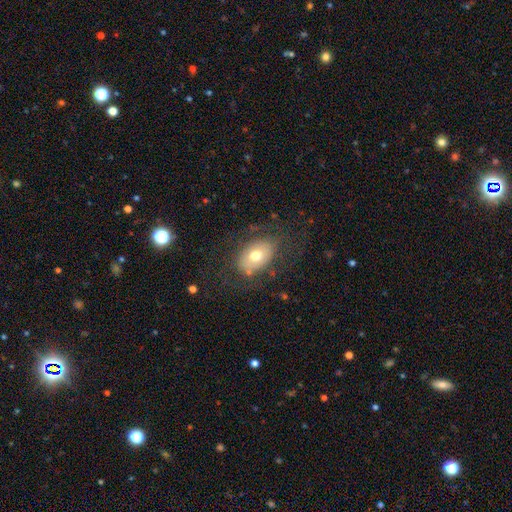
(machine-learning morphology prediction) Q: Smooth or featured?
A: smooth (62%); runner-up: featured or disk (30%)
Q: How rounded?
A: in between (85%); runner-up: round (14%)
Q: Merging?
A: none (70%); runner-up: minor disturbance (17%)